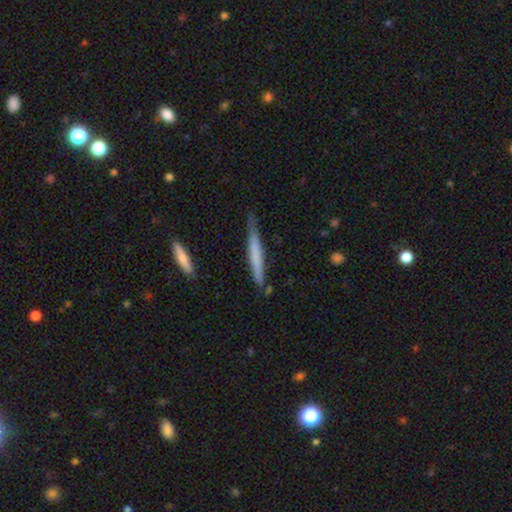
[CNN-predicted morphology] Smooth or featured?
  - smooth: 60% *
  - featured or disk: 34%
  - star or artifact: 5%
How rounded?
  - cigar-shaped: 96% *
  - in between: 3%
  - round: 1%
Merging?
  - none: 68% *
  - minor disturbance: 25%
  - major disturbance: 4%
  - merger: 3%